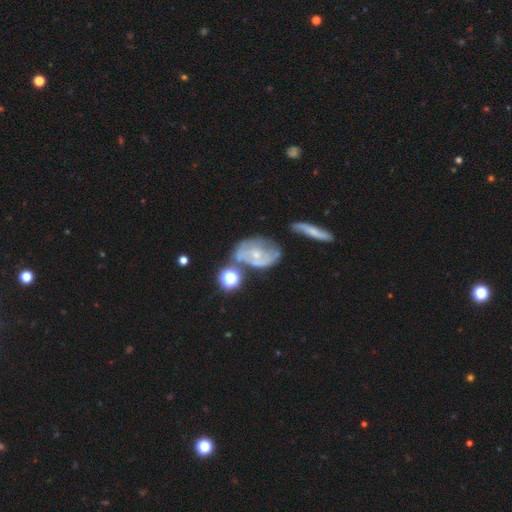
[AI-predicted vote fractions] Morphology: type=featured or disk (67%); edge-on=no (94%); bar=no (75%); spiral arms=yes (67%); bulge=small (67%); merging=none (43%).